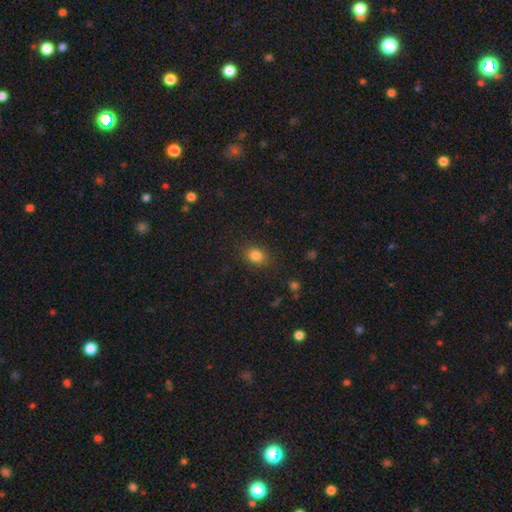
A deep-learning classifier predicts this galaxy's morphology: This appears to be a smooth galaxy with no disk features (83%) that is in between round and cigar-shaped (56%). Merging: none (85%).